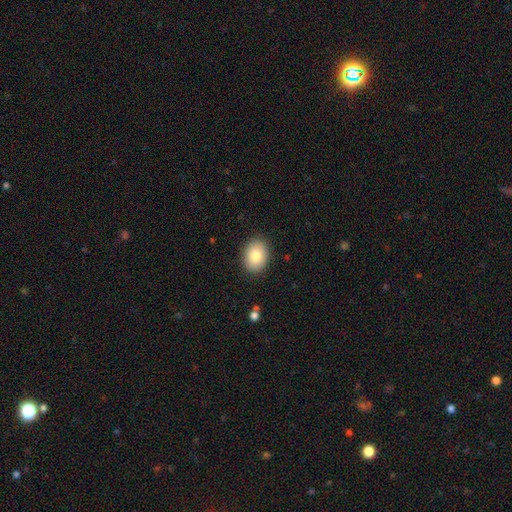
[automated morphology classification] This is clearly a smooth galaxy (83%). How rounded: likely in between (70%). Merging: clearly none (89%).